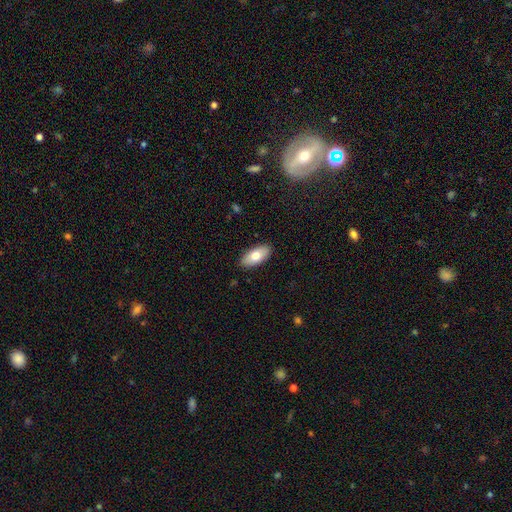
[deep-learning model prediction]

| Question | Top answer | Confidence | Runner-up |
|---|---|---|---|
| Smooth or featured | smooth | 76% | featured or disk (18%) |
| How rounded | in between | 91% | cigar-shaped (6%) |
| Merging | none | 89% | minor disturbance (8%) |